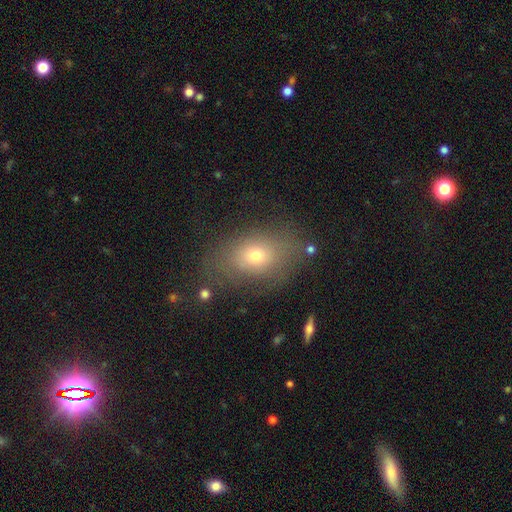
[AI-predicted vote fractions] Smooth or featured? Predicted: smooth (p=0.66). How rounded? Predicted: in between (p=0.67). Merging? Predicted: none (p=0.67).